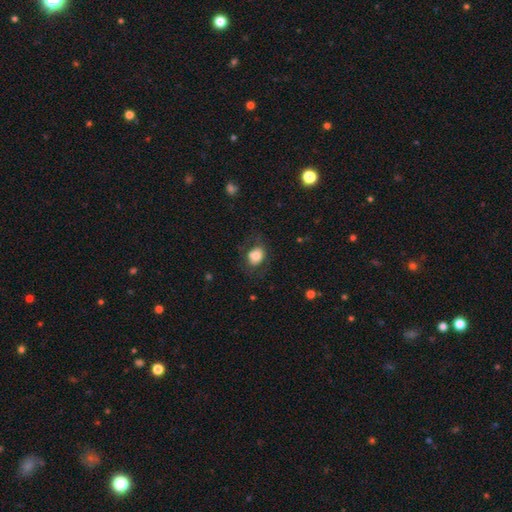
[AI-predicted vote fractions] smooth_or_featured: smooth (p=0.75) [alt: featured or disk p=0.16]
how_rounded: in between (p=0.66) [alt: round p=0.33]
merging: none (p=0.65) [alt: minor disturbance p=0.20]